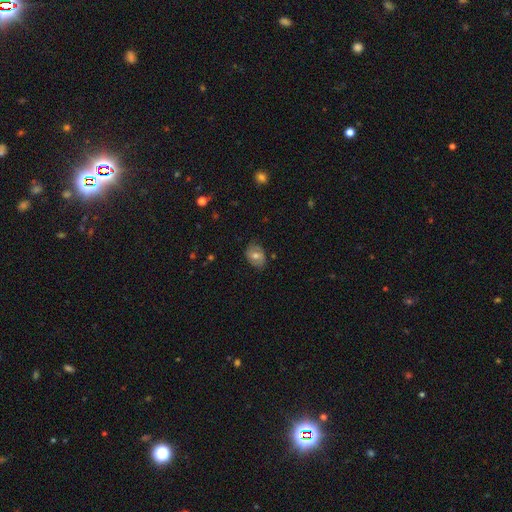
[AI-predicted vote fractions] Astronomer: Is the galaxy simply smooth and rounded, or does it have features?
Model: smooth — 53% (runner-up: featured or disk, 39%).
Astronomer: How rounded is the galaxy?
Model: in between — 72%.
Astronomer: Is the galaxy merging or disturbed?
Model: none — 78%.